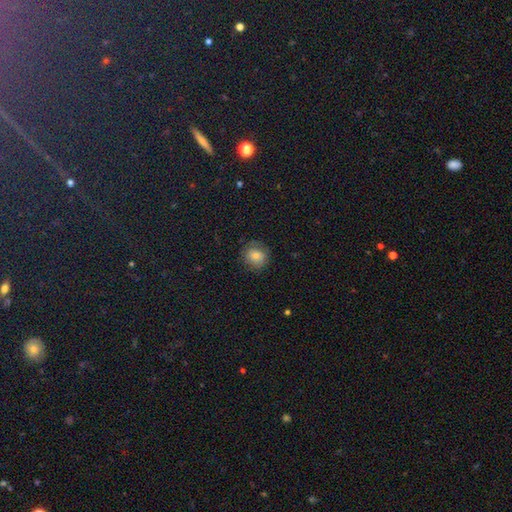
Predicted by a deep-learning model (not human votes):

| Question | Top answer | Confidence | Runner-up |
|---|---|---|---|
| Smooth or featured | smooth | 76% | featured or disk (14%) |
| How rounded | round | 80% | in between (19%) |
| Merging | none | 78% | minor disturbance (15%) |